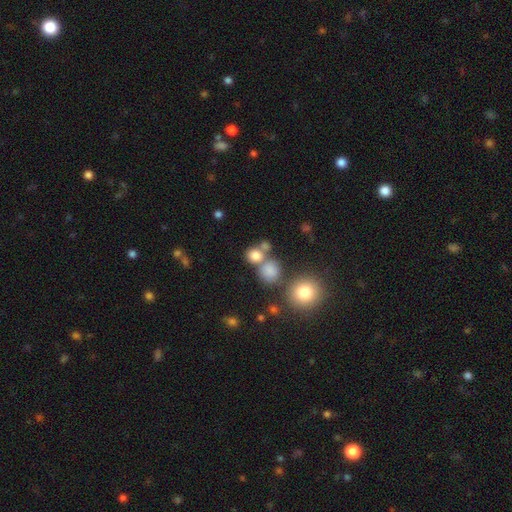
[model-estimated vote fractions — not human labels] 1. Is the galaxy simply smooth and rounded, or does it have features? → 79% smooth, 13% star or artifact, 8% featured or disk.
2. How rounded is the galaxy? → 80% round, 18% in between, 1% cigar-shaped.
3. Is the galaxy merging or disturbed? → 54% none, 32% merger, 9% minor disturbance, 5% major disturbance.